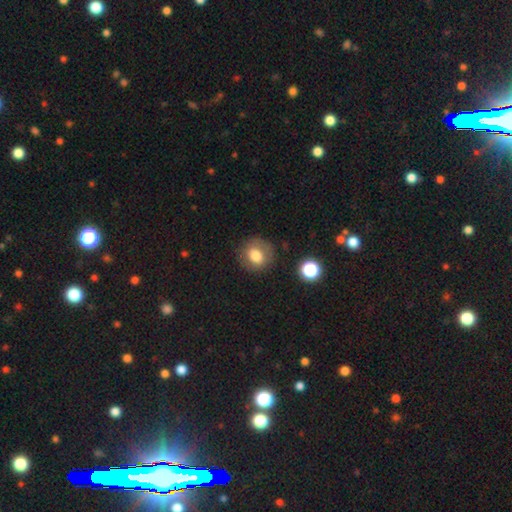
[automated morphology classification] Smooth or featured? Predicted: smooth (p=0.75). How rounded? Predicted: round (p=0.79). Merging? Predicted: none (p=0.81).